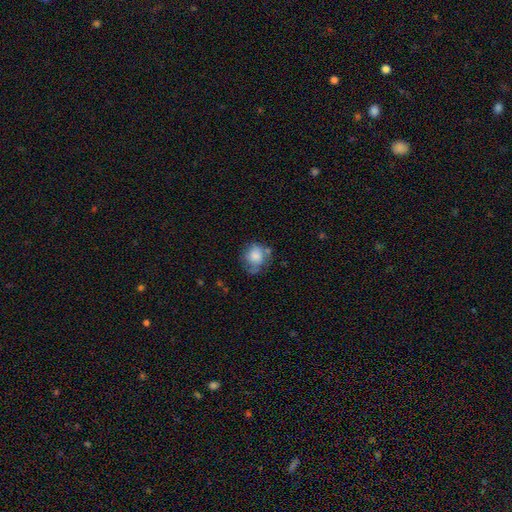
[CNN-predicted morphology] smooth_or_featured: smooth (p=0.66) [alt: featured or disk p=0.25]
how_rounded: round (p=0.70) [alt: in between p=0.29]
merging: none (p=0.48) [alt: minor disturbance p=0.29]